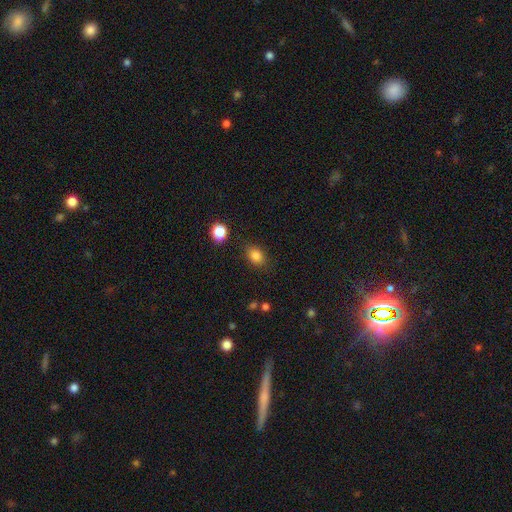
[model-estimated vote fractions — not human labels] This appears to be a smooth galaxy with no disk features (83%) that is in between round and cigar-shaped (68%). Merging: none (82%).